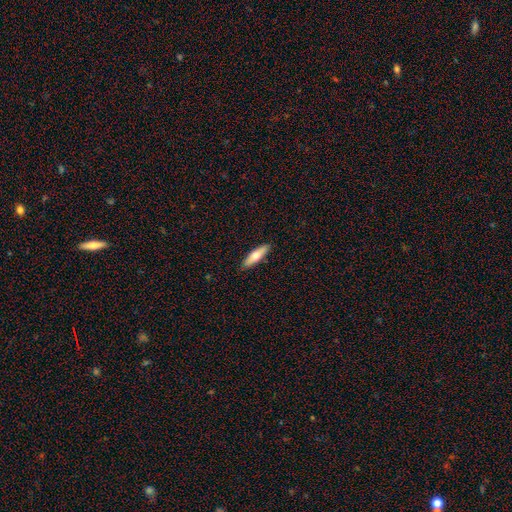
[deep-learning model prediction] Smooth or featured? smooth (61%)
How rounded? cigar-shaped (62%)
Merging? none (90%)